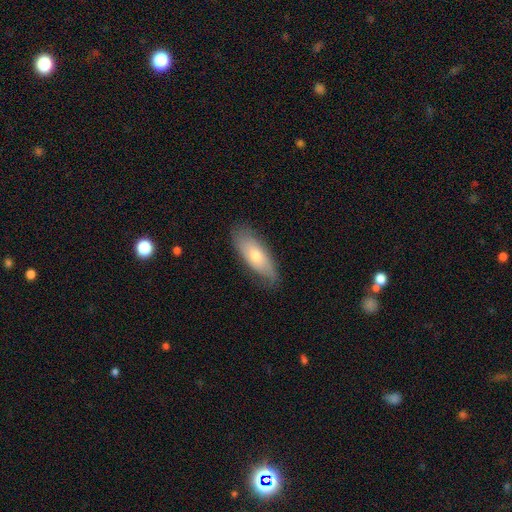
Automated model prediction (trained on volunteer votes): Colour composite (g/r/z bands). It shows a smooth galaxy with no disk features (56%) that is in between round and cigar-shaped (71%). Merging: none (77%).